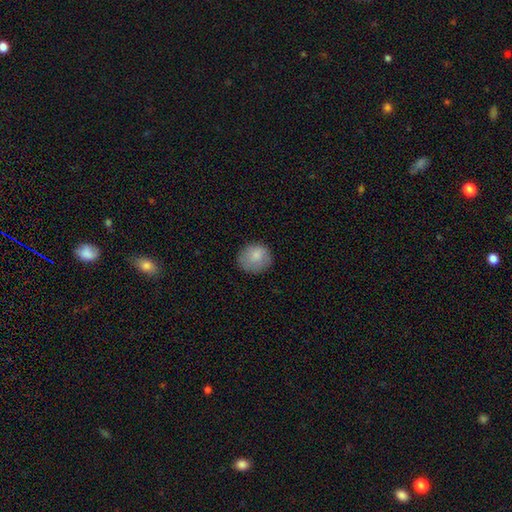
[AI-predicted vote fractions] Q: Smooth or featured?
A: smooth (84%); runner-up: featured or disk (8%)
Q: How rounded?
A: round (74%); runner-up: in between (25%)
Q: Merging?
A: none (76%); runner-up: minor disturbance (18%)